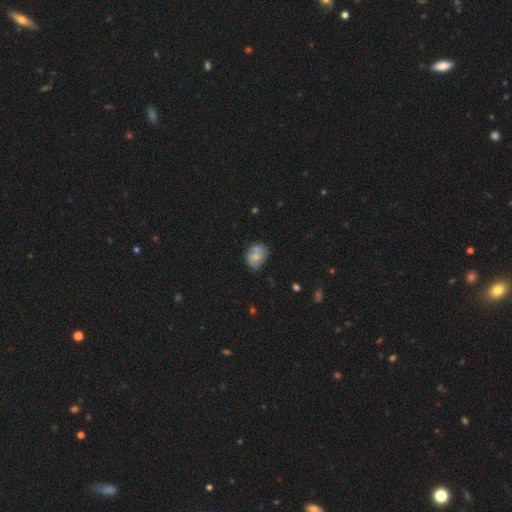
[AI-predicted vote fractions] This appears to be a smooth galaxy with no disk features (59%) that is in between round and cigar-shaped (53%). Merging: none (47%).